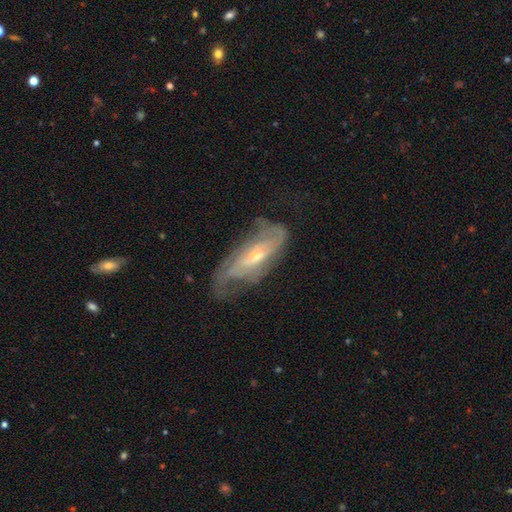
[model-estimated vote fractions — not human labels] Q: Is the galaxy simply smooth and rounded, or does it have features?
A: featured or disk — 77%.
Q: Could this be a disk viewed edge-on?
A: no — 86%.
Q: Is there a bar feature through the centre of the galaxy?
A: no — 51%.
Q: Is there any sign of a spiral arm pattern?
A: yes — 85%.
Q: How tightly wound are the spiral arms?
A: tight — 42%.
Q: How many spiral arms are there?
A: can't tell — 41%.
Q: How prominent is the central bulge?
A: small — 55%.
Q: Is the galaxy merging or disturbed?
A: none — 53%.